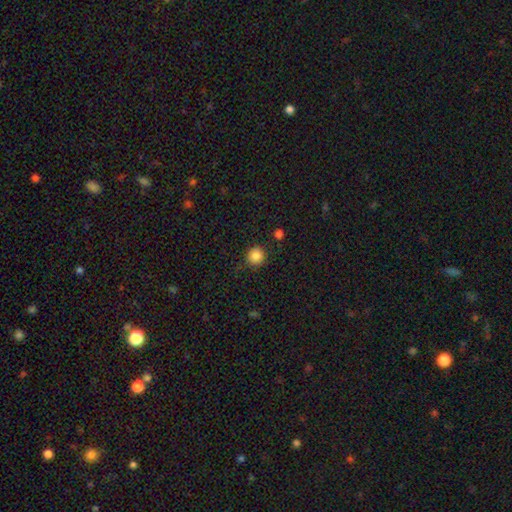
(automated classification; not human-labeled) Overall: smooth (86%). How rounded: round (93%). Merging: none (87%).